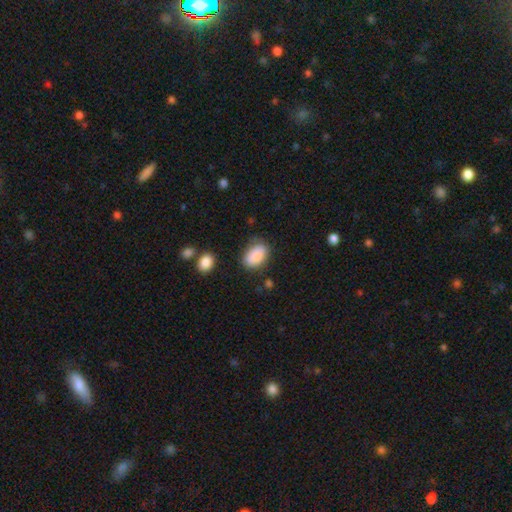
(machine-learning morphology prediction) Overall: smooth (88%). How rounded: in between (86%). Merging: none (73%).